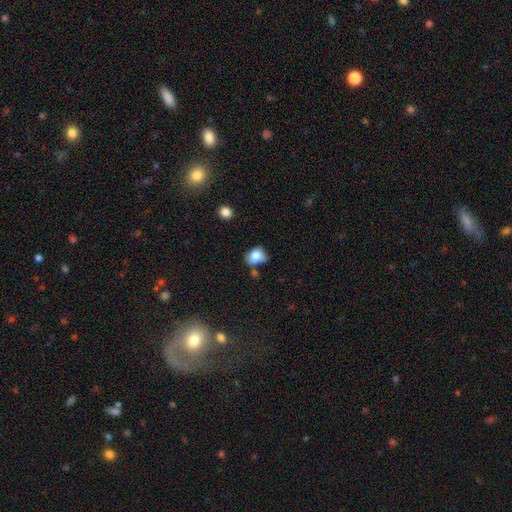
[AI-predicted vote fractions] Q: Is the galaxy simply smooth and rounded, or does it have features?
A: smooth — 79%.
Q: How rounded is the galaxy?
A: in between — 59%.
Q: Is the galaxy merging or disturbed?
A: none — 49%.